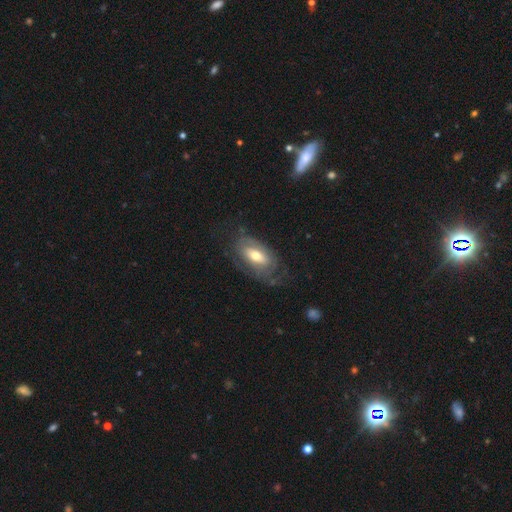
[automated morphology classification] A featured or disk galaxy (63%) with no bar (52%), spiral arms (64%) and a moderate central bulge (66%). Merging: none (58%).